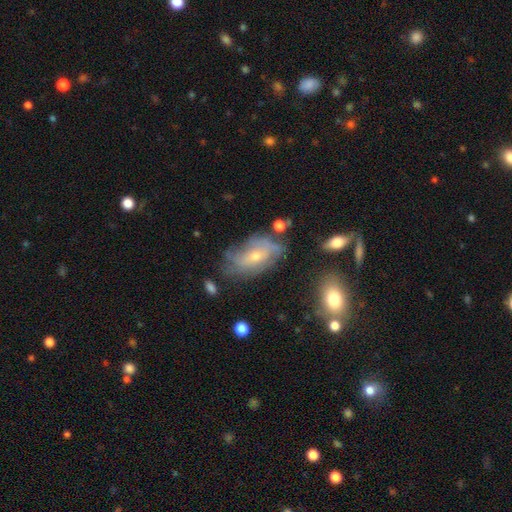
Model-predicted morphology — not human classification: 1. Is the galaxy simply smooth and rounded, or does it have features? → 60% featured or disk, 30% smooth, 10% star or artifact.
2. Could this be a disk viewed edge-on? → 89% no, 11% yes.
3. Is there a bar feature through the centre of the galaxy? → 70% no, 25% weak, 6% strong.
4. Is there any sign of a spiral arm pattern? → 68% yes, 32% no.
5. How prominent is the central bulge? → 57% small, 40% moderate, 2% large, 1% none, 1% dominant.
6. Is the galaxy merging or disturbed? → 57% none, 27% minor disturbance, 12% major disturbance, 4% merger.